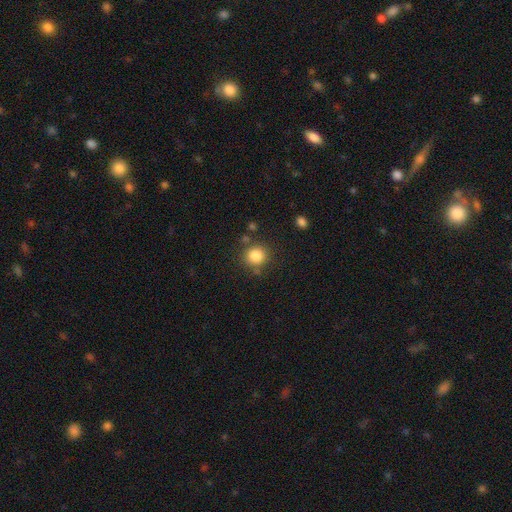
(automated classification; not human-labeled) Morphology: type=smooth (84%); roundness=round (88%); merging=none (81%).